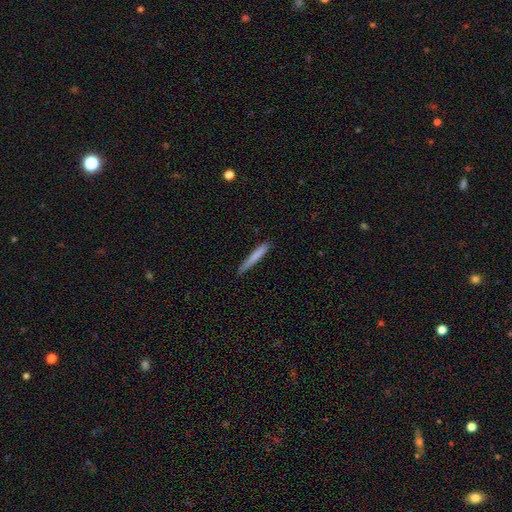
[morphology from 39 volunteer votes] type=smooth (77%); roundness=cigar-shaped (97%); merging=none (81%).